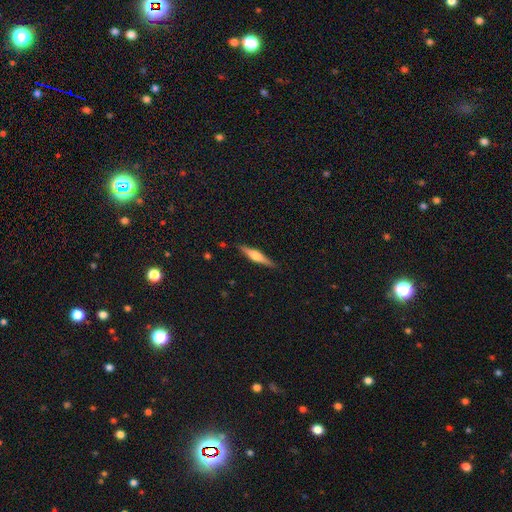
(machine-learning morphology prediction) Smooth or featured?
  - featured or disk: 60% *
  - smooth: 34%
  - star or artifact: 6%
Edge-on disk?
  - yes: 97% *
  - no: 3%
Edge-on bulge?
  - rounded: 82% *
  - boxy: 13%
  - none: 5%
Merging?
  - none: 88% *
  - minor disturbance: 9%
  - major disturbance: 2%
  - merger: 1%